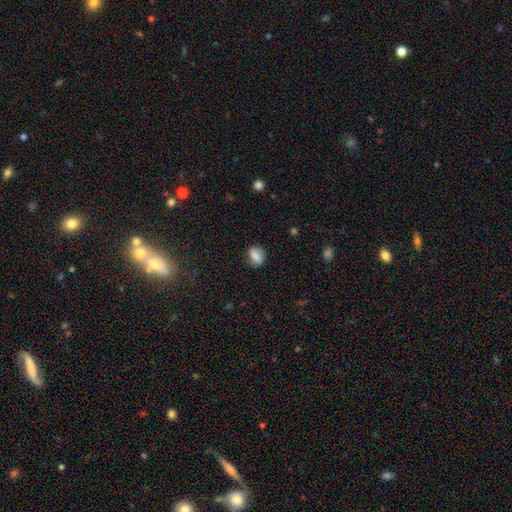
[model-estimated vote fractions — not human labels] This is likely a smooth galaxy (76%). How rounded: possibly in between (60%). Merging: likely none (78%).